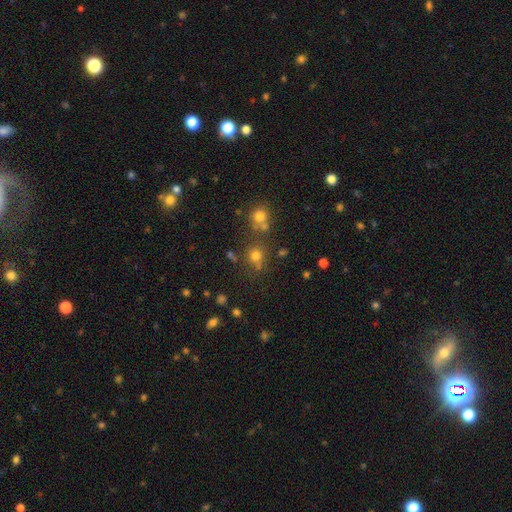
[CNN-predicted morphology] A smooth galaxy with no disk features (70%) that is round (85%).

Vote fractions:
- Smooth or featured? smooth: 70% / star or artifact: 21% / featured or disk: 9%
- How rounded? round: 85% / in between: 14% / cigar-shaped: 1%
- Merging? none: 66% / merger: 17% / minor disturbance: 12% / major disturbance: 6%